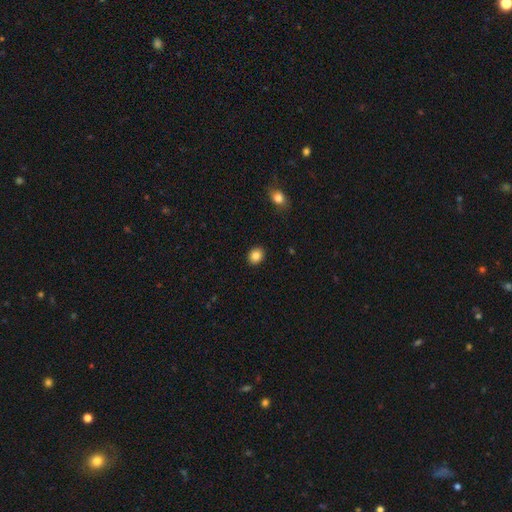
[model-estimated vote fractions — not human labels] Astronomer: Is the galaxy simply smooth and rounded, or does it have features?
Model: smooth — 85%.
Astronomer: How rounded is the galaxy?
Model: round — 58% (runner-up: in between, 41%).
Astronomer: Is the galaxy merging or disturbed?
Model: none — 91%.